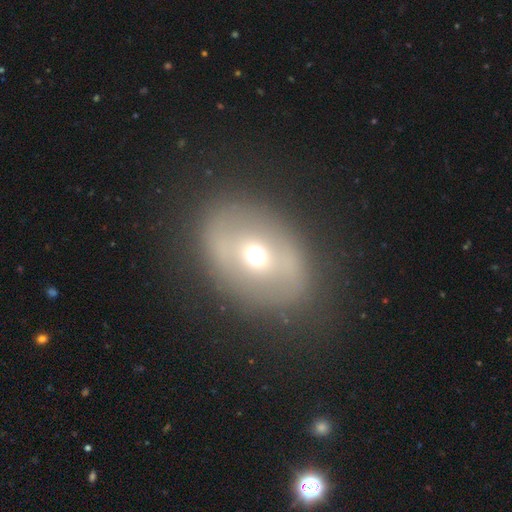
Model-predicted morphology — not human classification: Smooth or featured? Predicted: smooth (p=0.46). Merging? Predicted: none (p=0.81).